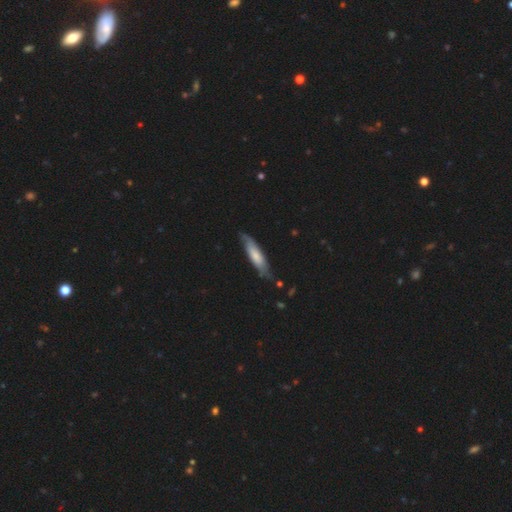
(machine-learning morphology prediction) This appears to be a smooth galaxy with no disk features (60%) that is cigar-shaped (69%). Merging: none (72%).